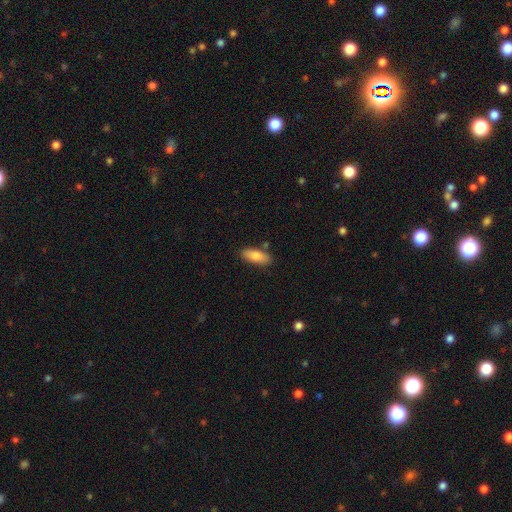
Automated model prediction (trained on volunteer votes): Smooth or featured? Predicted: smooth (p=0.82). How rounded? Predicted: in between (p=0.77). Merging? Predicted: none (p=0.83).